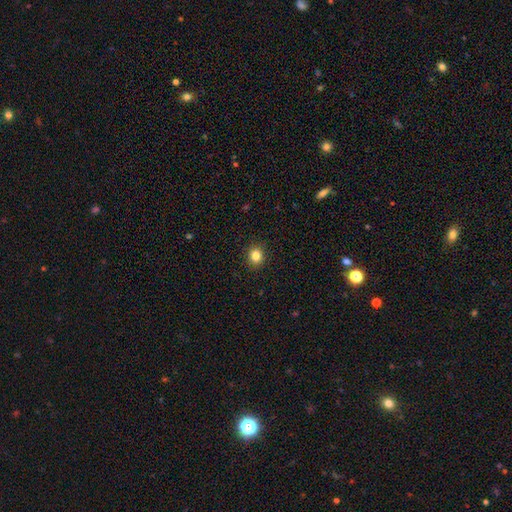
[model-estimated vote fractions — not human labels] A smooth galaxy with no disk features (84%) that is round (76%). Merging: none (91%).